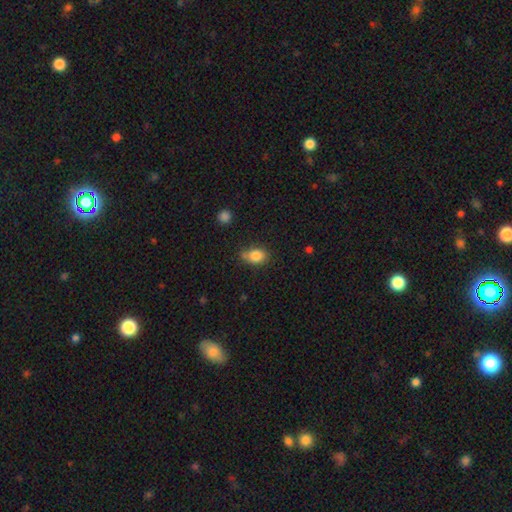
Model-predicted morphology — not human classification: smooth_or_featured: smooth (p=0.84) [alt: star or artifact p=0.09]
how_rounded: in between (p=0.72) [alt: round p=0.26]
merging: none (p=0.61) [alt: minor disturbance p=0.27]